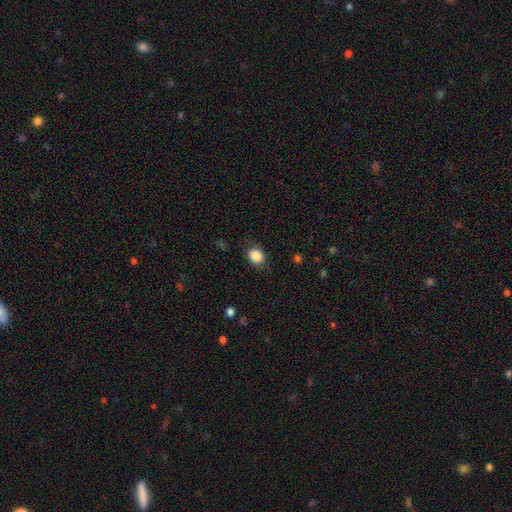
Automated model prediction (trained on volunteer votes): Q: Smooth or featured?
A: smooth (87%); runner-up: star or artifact (9%)
Q: How rounded?
A: in between (51%); runner-up: round (48%)
Q: Merging?
A: none (81%); runner-up: minor disturbance (14%)